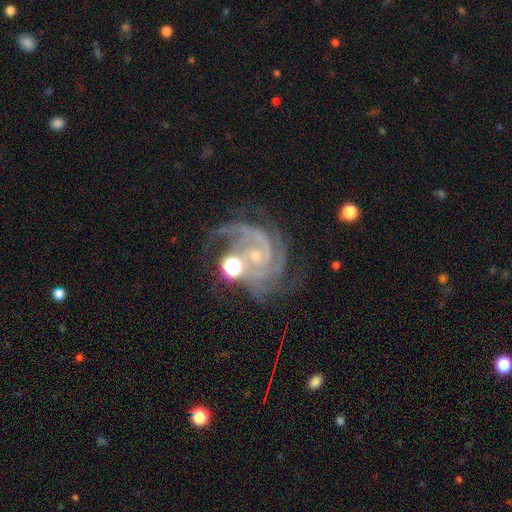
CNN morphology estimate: smooth_or_featured: featured or disk (p=0.89) [alt: star or artifact p=0.07]
disk_edge_on: no (p=0.98) [alt: yes p=0.02]
bar: no (p=0.60) [alt: weak p=0.30]
has_spiral_arms: yes (p=0.98) [alt: no p=0.02]
spiral_winding: tight (p=0.57) [alt: medium p=0.37]
spiral_arm_count: 3 (p=0.36) [alt: 2 p=0.28]
bulge_size: small (p=0.70) [alt: moderate p=0.22]
merging: none (p=0.55) [alt: minor disturbance p=0.18]